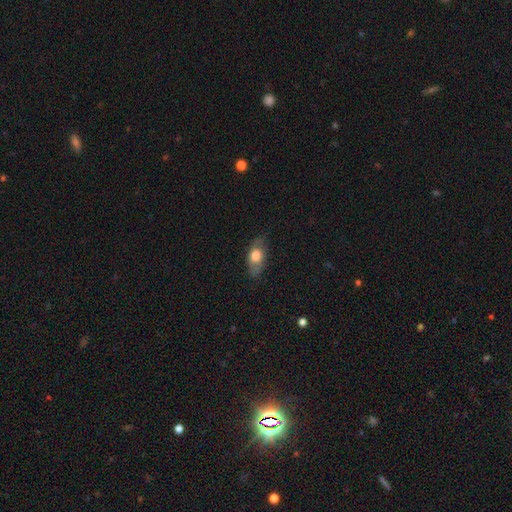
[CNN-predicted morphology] smooth-or-featured: smooth: 64% | featured or disk: 29% | star or artifact: 7%
  how-rounded: in between: 83% | round: 9% | cigar-shaped: 8%
  merging: none: 72% | minor disturbance: 21% | major disturbance: 6% | merger: 1%